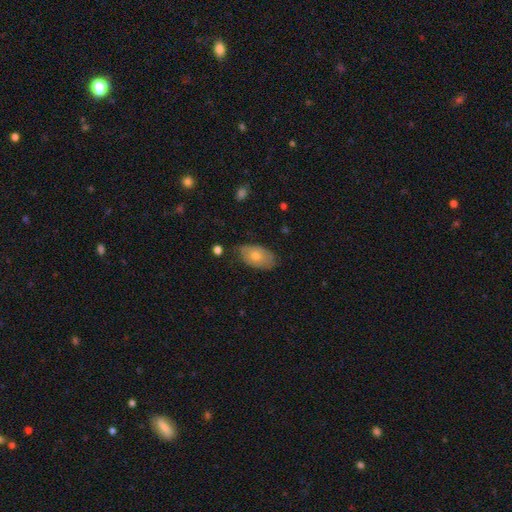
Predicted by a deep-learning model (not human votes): Smooth or featured? Predicted: smooth (p=0.59). How rounded? Predicted: in between (p=0.91). Merging? Predicted: none (p=0.67).